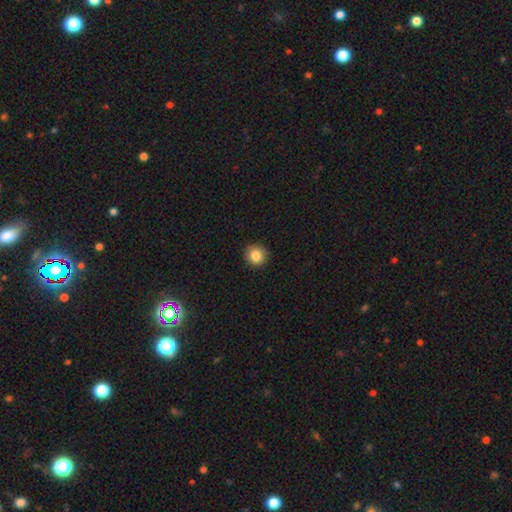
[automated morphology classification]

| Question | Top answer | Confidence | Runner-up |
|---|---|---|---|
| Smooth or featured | smooth | 85% | star or artifact (10%) |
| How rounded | round | 93% | in between (6%) |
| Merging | none | 92% | minor disturbance (5%) |